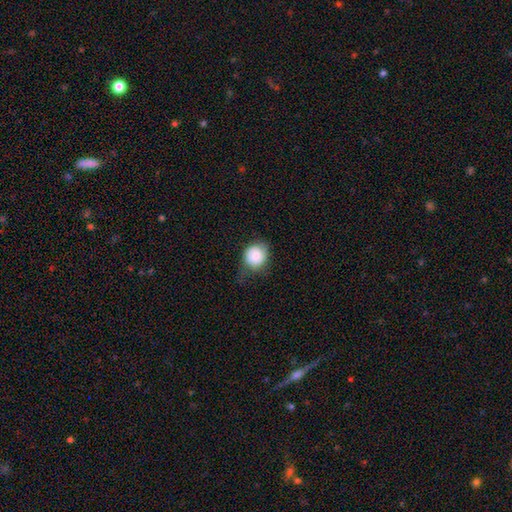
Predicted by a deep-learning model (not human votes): Smooth or featured: smooth — 78% (featured or disk — 14%)
How rounded: round — 77% (in between — 22%)
Merging: none — 54% (minor disturbance — 33%)